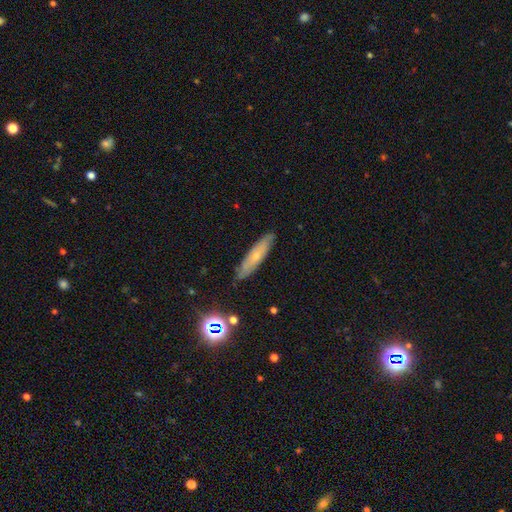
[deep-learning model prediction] Smooth or featured? smooth (51%)
How rounded? cigar-shaped (79%)
Merging? none (83%)